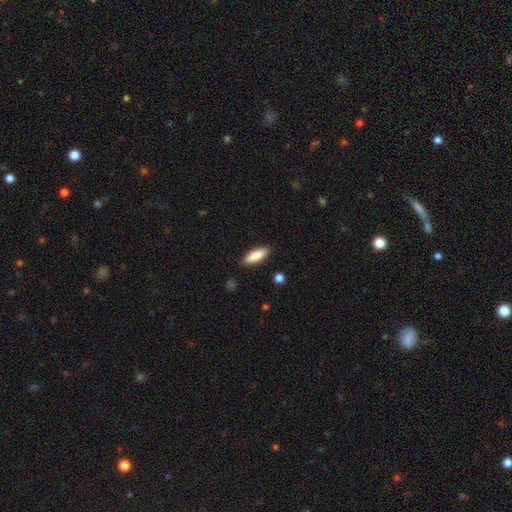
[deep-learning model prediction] Smooth or featured?
  - smooth: 85% *
  - featured or disk: 9%
  - star or artifact: 6%
How rounded?
  - in between: 51% *
  - cigar-shaped: 47%
  - round: 2%
Merging?
  - none: 88% *
  - minor disturbance: 9%
  - major disturbance: 2%
  - merger: 1%